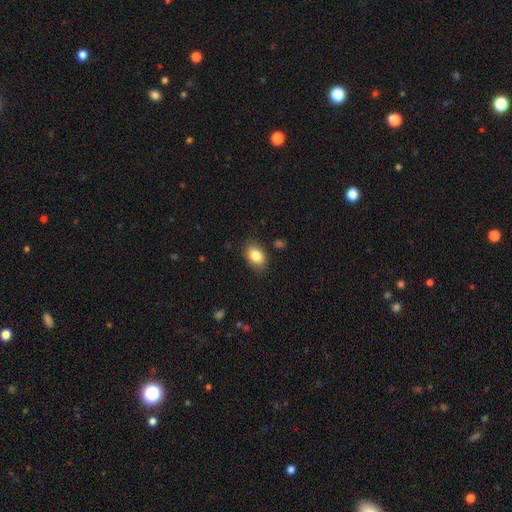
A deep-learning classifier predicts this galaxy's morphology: smooth 84%, star or artifact 9%, featured or disk 8%. Down the decision tree: how rounded — in between (74%); merging — none (84%).